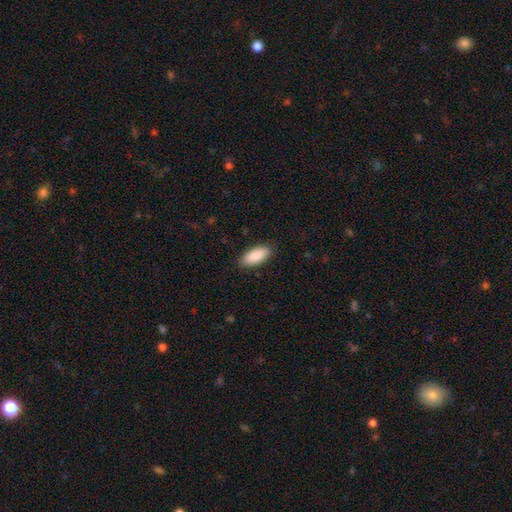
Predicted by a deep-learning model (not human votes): This is clearly a smooth galaxy (90%). How rounded: clearly in between (86%). Merging: clearly none (88%).